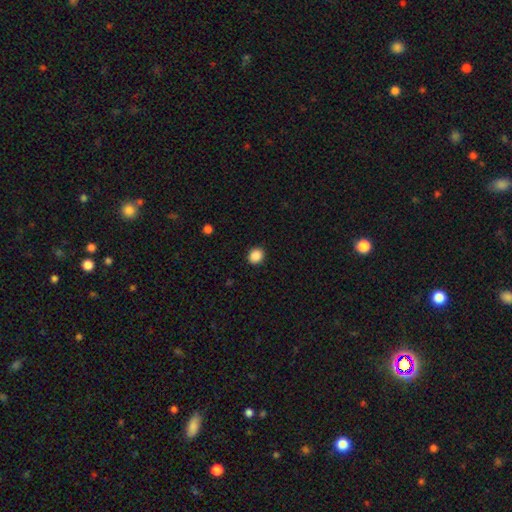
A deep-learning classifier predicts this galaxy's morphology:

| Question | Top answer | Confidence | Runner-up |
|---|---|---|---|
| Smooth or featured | smooth | 88% | star or artifact (9%) |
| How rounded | round | 80% | in between (19%) |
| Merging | none | 92% | minor disturbance (5%) |